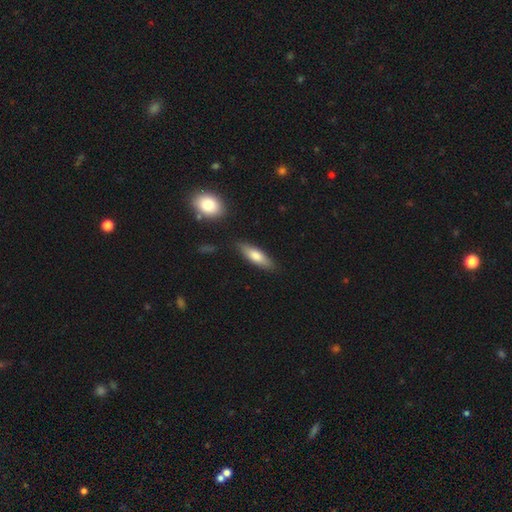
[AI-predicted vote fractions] A smooth galaxy with no disk features (72%) that is cigar-shaped (53%). Merging: none (83%).